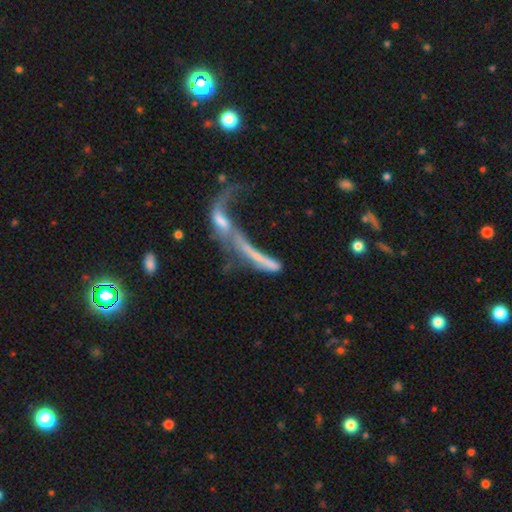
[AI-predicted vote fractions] A featured or disk galaxy (52%).

Vote fractions:
- Smooth or featured? featured or disk: 52% / smooth: 37% / star or artifact: 12%
- Edge-on disk? no: 64% / yes: 36%
- Merging? merger: 66% / major disturbance: 18% / none: 10% / minor disturbance: 6%